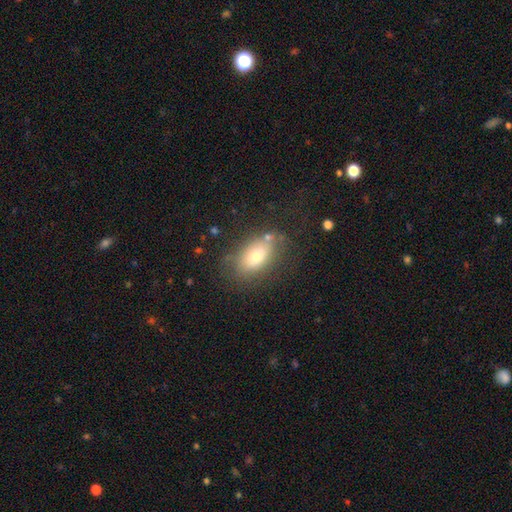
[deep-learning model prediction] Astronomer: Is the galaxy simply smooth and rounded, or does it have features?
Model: smooth — 72%.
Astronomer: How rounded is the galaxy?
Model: in between — 88%.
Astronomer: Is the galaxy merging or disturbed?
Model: none — 70%.